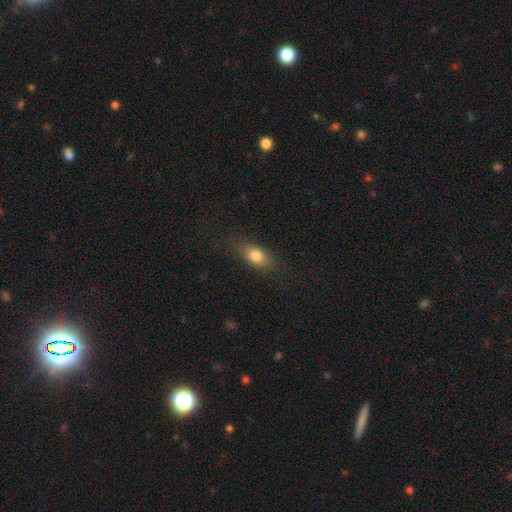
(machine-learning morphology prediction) smooth_or_featured: smooth (p=0.78) [alt: featured or disk p=0.12]
how_rounded: in between (p=0.79) [alt: cigar-shaped p=0.10]
merging: none (p=0.77) [alt: minor disturbance p=0.16]